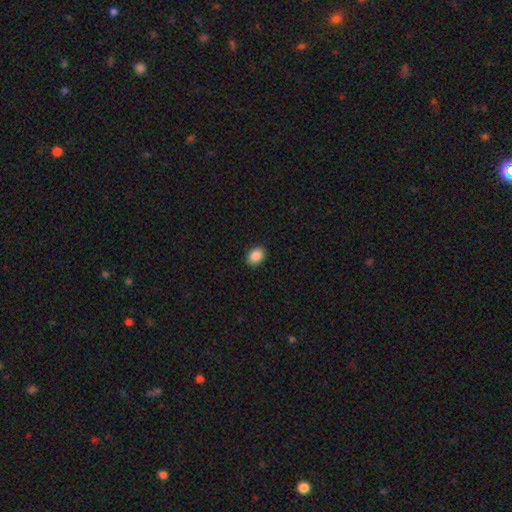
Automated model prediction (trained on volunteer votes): Overall: smooth (89%). How rounded: in between (69%; round 30%). Merging: none (90%).